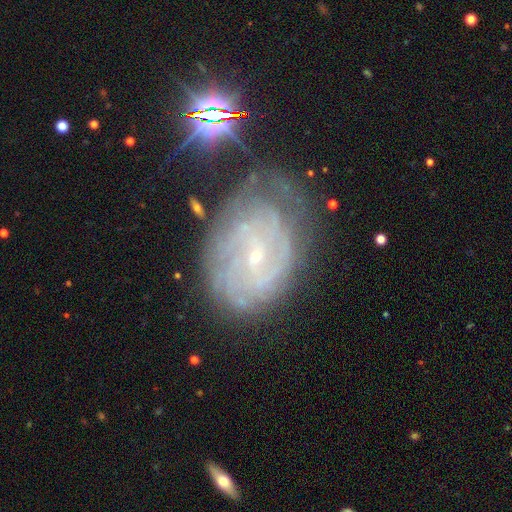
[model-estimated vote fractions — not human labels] Overall: featured or disk (79%). Edge-on disk: no (97%). Bar: weak (46%; no 42%). Spiral arms: yes (91%). Spiral arm count: can't tell (46%; 2 18%). Spiral winding: tight (66%; medium 27%). Bulge size: small (83%). Merging: none (58%; minor disturbance 25%).